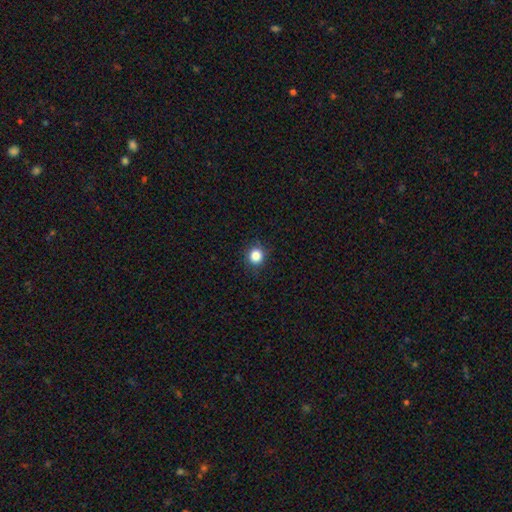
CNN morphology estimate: Overall: smooth (85%). How rounded: round (86%). Merging: none (89%).